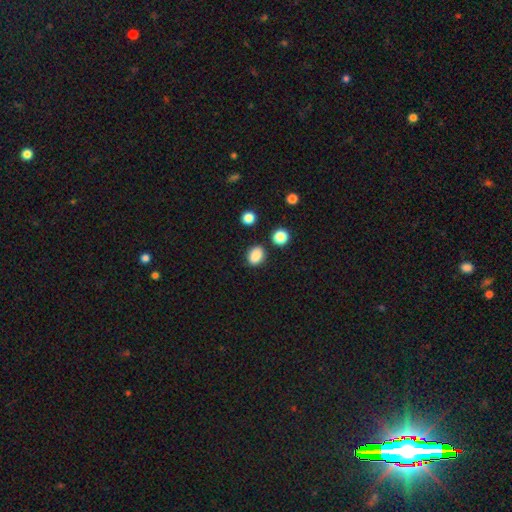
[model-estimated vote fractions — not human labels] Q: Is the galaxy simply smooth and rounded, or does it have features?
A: smooth — 86%.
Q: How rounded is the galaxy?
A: in between — 59%.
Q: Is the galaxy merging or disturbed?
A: none — 82%.